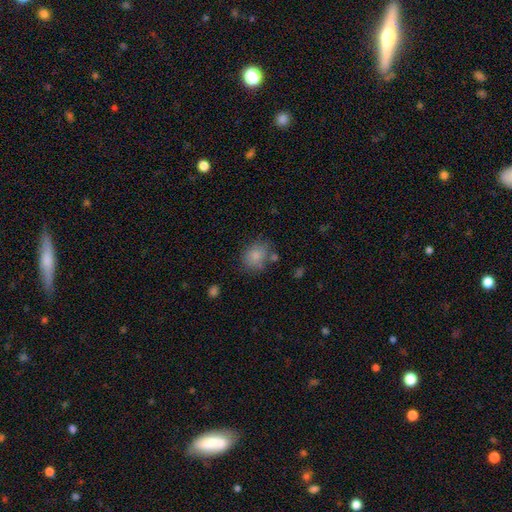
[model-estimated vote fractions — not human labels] Overall: smooth (81%). How rounded: round (52%; in between 47%). Merging: none (65%).